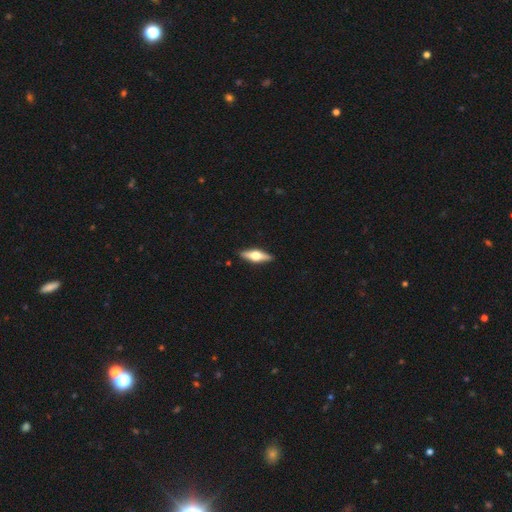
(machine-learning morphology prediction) Smooth or featured: featured or disk — 61% (smooth — 34%)
Edge-on disk: yes — 95% (no — 5%)
Edge-on bulge: rounded — 95% (boxy — 4%)
Merging: none — 90% (minor disturbance — 7%)